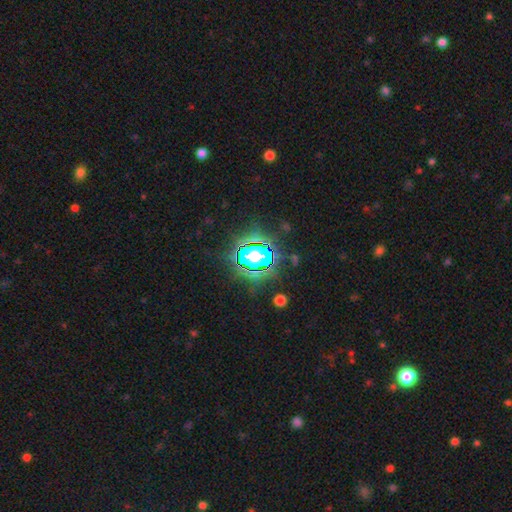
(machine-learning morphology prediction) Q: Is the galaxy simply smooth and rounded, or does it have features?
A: star or artifact — 66%.